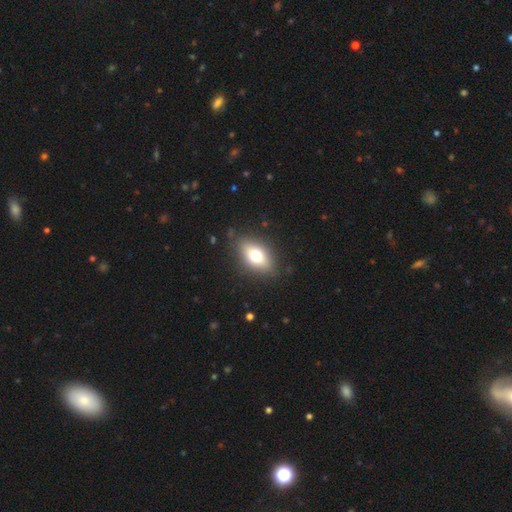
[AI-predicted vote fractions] Smooth or featured?
  - smooth: 70% *
  - featured or disk: 21%
  - star or artifact: 9%
How rounded?
  - in between: 83% *
  - round: 10%
  - cigar-shaped: 7%
Merging?
  - none: 86% *
  - minor disturbance: 10%
  - major disturbance: 3%
  - merger: 1%